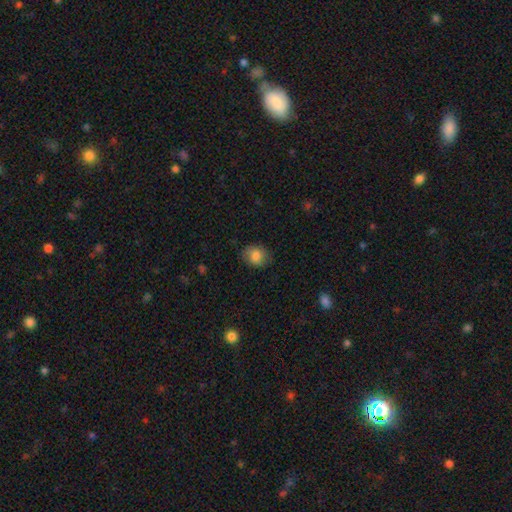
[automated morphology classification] Overall: smooth (82%). How rounded: round (58%; in between 41%). Merging: none (79%).